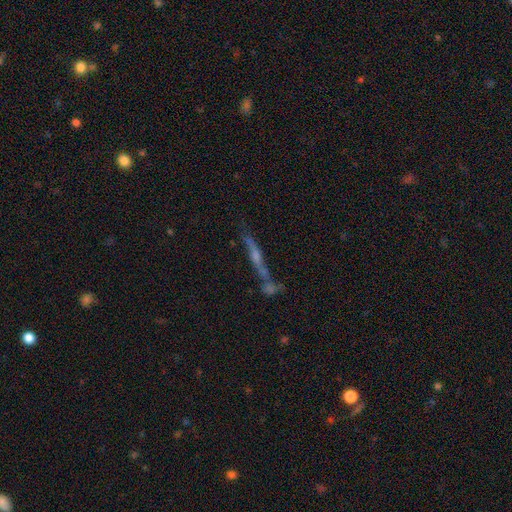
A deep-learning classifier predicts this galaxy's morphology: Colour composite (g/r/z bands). It shows a featured or disk galaxy (69%) viewed edge-on (84%) with a rounded central bulge (71%). Merging: none (52%).